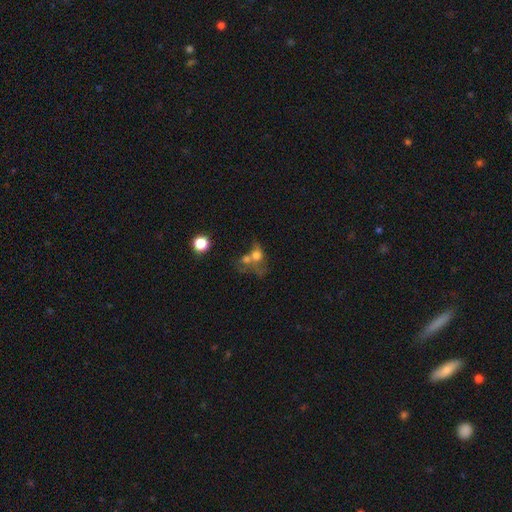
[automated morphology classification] Smooth or featured: smooth — 57% (featured or disk — 28%)
How rounded: round — 56% (in between — 42%)
Merging: merger — 55% (none — 19%)